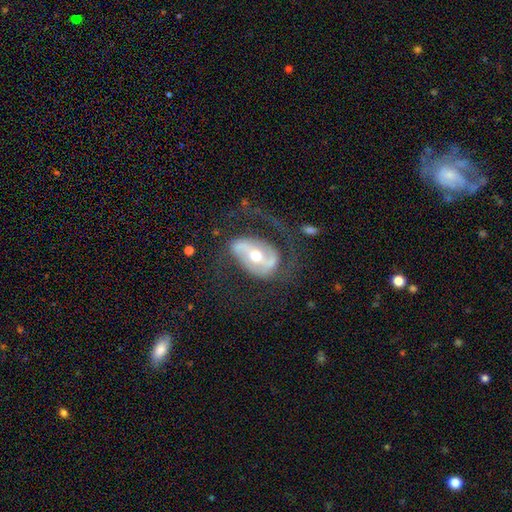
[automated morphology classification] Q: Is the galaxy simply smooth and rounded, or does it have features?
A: featured or disk — 82%.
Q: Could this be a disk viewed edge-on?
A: no — 95%.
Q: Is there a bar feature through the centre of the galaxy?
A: strong — 48%.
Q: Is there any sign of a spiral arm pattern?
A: yes — 87%.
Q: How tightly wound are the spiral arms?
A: loose — 42%.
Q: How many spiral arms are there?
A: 2 — 80%.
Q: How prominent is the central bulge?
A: moderate — 67%.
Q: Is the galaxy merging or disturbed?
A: none — 50%.